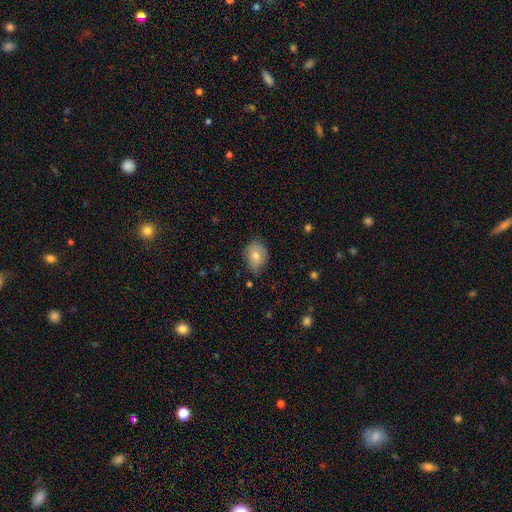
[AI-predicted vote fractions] Smooth or featured: smooth — 75% (featured or disk — 17%)
How rounded: in between — 69% (round — 30%)
Merging: none — 72% (minor disturbance — 23%)